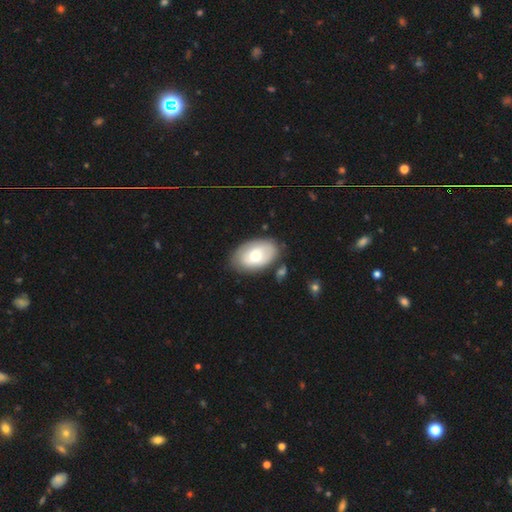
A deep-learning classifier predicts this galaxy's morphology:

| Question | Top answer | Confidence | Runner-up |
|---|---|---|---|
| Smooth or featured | smooth | 65% | featured or disk (29%) |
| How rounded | in between | 91% | round (7%) |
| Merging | none | 76% | minor disturbance (16%) |